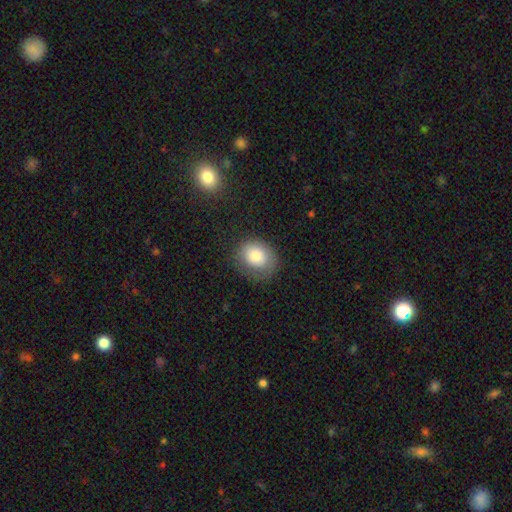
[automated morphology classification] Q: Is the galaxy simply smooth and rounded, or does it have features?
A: smooth — 76%.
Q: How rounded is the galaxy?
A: round — 55%.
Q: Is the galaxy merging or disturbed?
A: none — 70%.